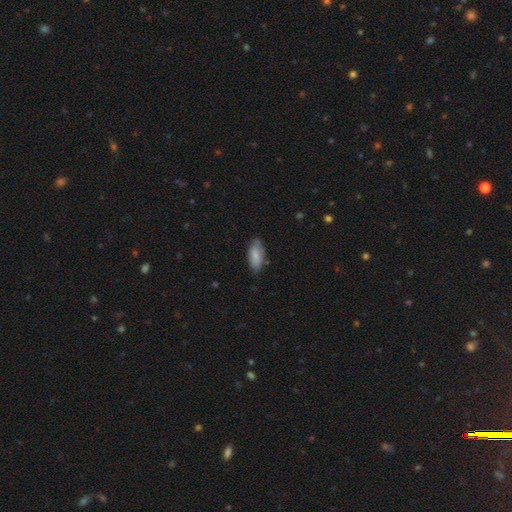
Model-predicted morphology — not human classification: Smooth or featured? Predicted: smooth (p=0.83). How rounded? Predicted: in between (p=0.83). Merging? Predicted: none (p=0.75).